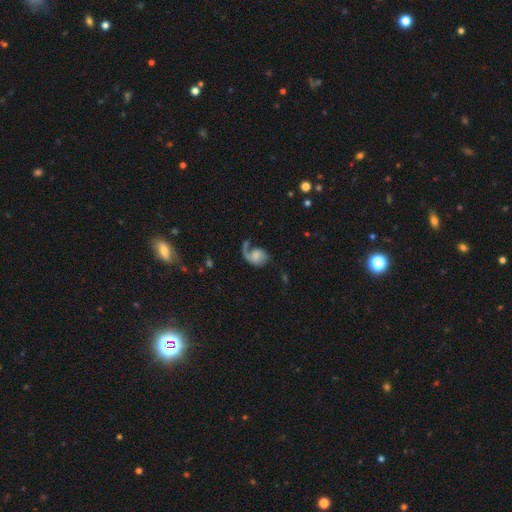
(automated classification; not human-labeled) The model was most divided on "merging": major disturbance: 38%, none: 36%, minor disturbance: 18%, merger: 7%. Remaining: edge-on disk — no (98%); spiral arms — yes (89%); spiral arm count — 1 (78%); bar — no (73%); smooth or featured — featured or disk (64%); spiral winding — loose (55%); bulge size — none (30%).